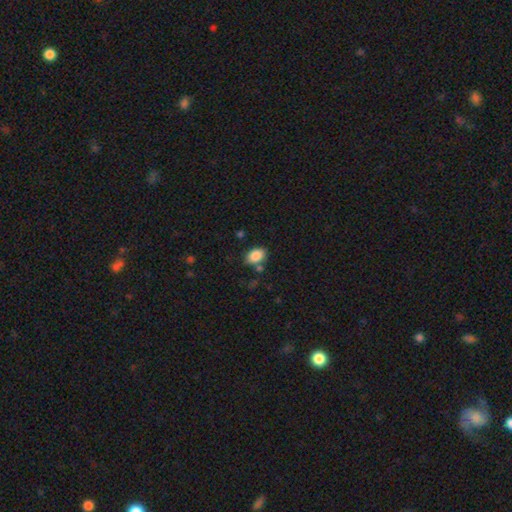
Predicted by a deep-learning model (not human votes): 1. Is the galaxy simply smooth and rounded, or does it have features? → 87% smooth, 8% star or artifact, 5% featured or disk.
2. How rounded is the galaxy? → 82% in between, 16% round, 1% cigar-shaped.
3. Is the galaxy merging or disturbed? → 73% none, 14% minor disturbance, 9% merger, 4% major disturbance.